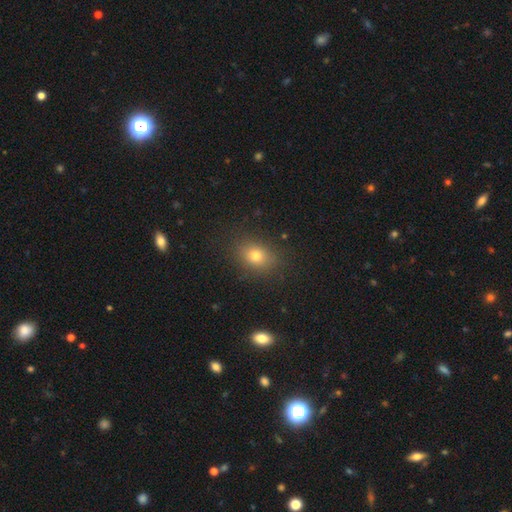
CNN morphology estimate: Overall: smooth (76%). How rounded: in between (55%; round 44%). Merging: none (86%).